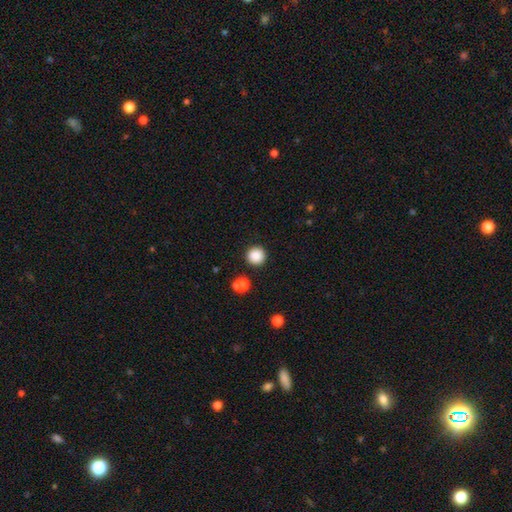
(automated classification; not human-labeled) This appears to be a smooth galaxy with no disk features (87%) that is round (95%). Merging: none (90%).